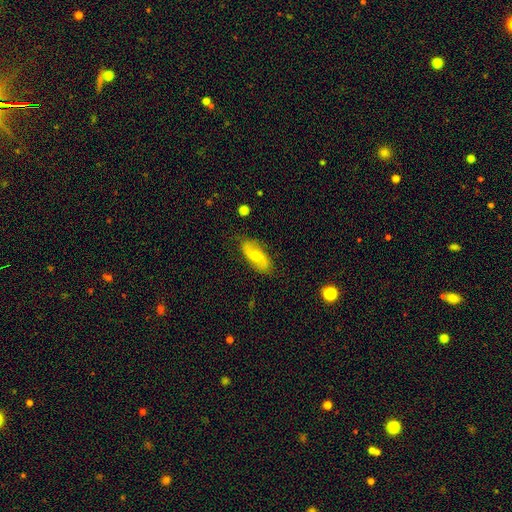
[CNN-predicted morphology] smooth_or_featured: featured or disk (p=0.60) [alt: smooth p=0.34]
disk_edge_on: no (p=0.92) [alt: yes p=0.08]
bar: no (p=0.47) [alt: weak p=0.42]
has_spiral_arms: yes (p=0.89) [alt: no p=0.11]
bulge_size: moderate (p=0.56) [alt: small p=0.36]
merging: none (p=0.79) [alt: minor disturbance p=0.15]